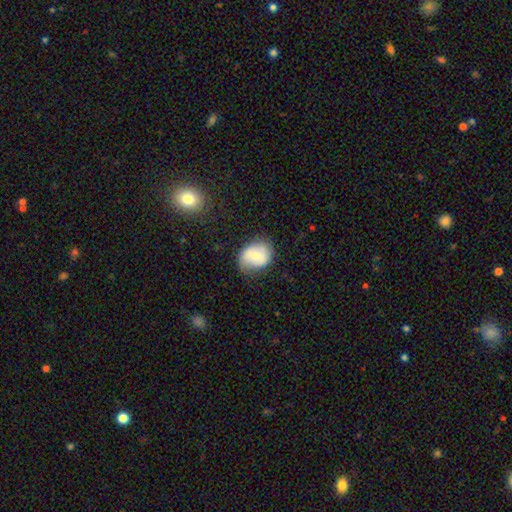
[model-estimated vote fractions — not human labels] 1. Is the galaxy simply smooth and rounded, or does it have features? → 60% smooth, 32% featured or disk, 7% star or artifact.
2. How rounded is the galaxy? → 55% in between, 44% round, 1% cigar-shaped.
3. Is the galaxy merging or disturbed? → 61% none, 28% minor disturbance, 9% major disturbance, 2% merger.